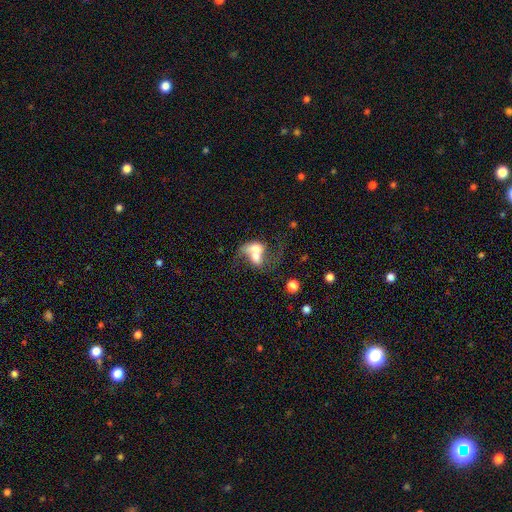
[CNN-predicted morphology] Smooth or featured?
  - featured or disk: 47% *
  - smooth: 43%
  - star or artifact: 10%
Merging?
  - merger: 72% *
  - major disturbance: 13%
  - none: 10%
  - minor disturbance: 5%